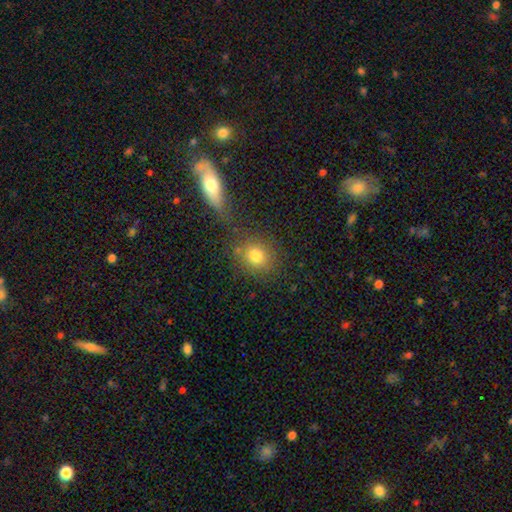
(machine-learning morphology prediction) Smooth or featured: smooth — 77% (star or artifact — 13%)
How rounded: round — 73% (in between — 26%)
Merging: none — 73% (minor disturbance — 11%)